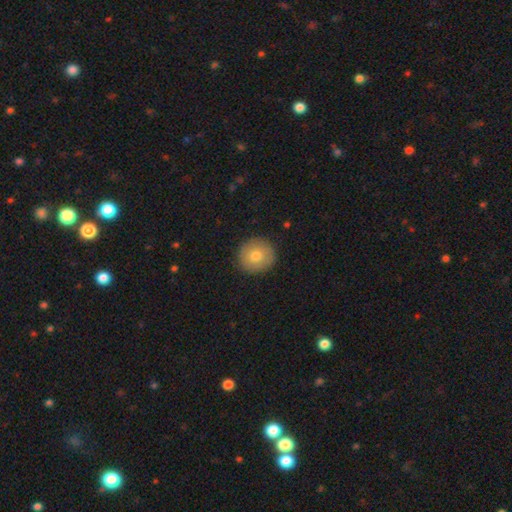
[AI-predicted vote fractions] This appears to be a smooth galaxy with no disk features (77%) that is round (92%). Merging: none (90%).